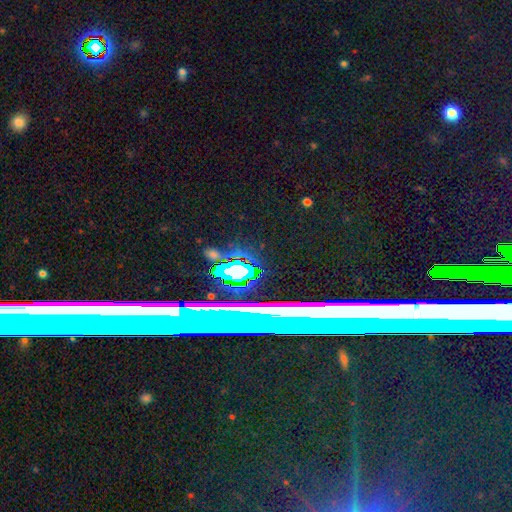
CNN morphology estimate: This is likely a star or artifact rather than a galaxy (70%).